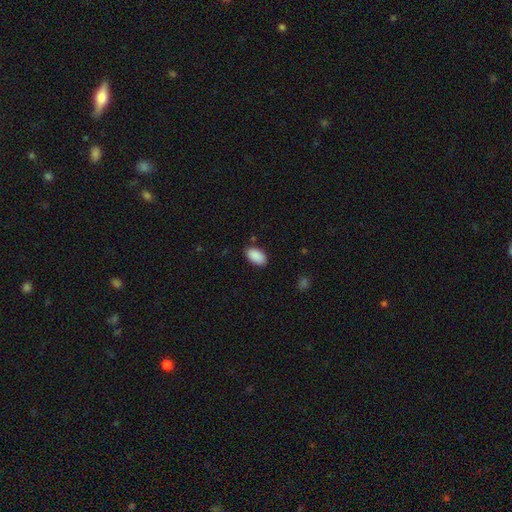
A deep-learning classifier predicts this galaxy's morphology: smooth-or-featured: smooth: 90% | star or artifact: 7% | featured or disk: 3%
  how-rounded: in between: 95% | round: 3% | cigar-shaped: 2%
  merging: none: 84% | minor disturbance: 12% | major disturbance: 2% | merger: 2%